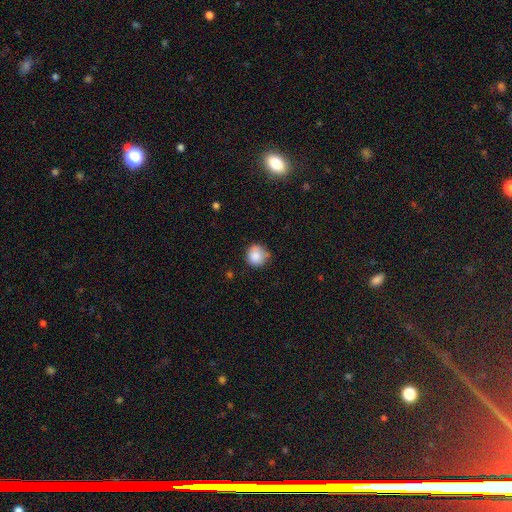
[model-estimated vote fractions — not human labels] A smooth galaxy with no disk features (85%) that is round (91%). Merging: none (69%).